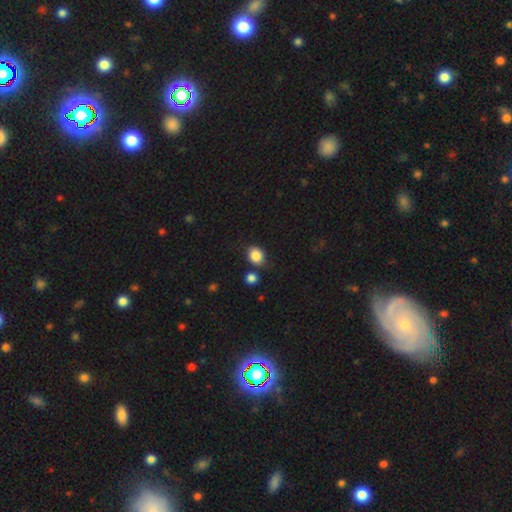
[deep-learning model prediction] Morphology: type=smooth (86%); roundness=in between (53%); merging=none (73%).